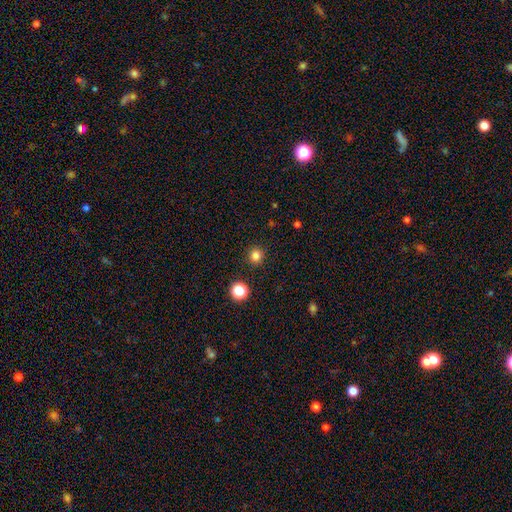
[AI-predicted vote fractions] Smooth or featured?
  - smooth: 82% *
  - star or artifact: 14%
  - featured or disk: 4%
How rounded?
  - round: 92% *
  - in between: 7%
  - cigar-shaped: 1%
Merging?
  - none: 91% *
  - minor disturbance: 5%
  - major disturbance: 2%
  - merger: 1%